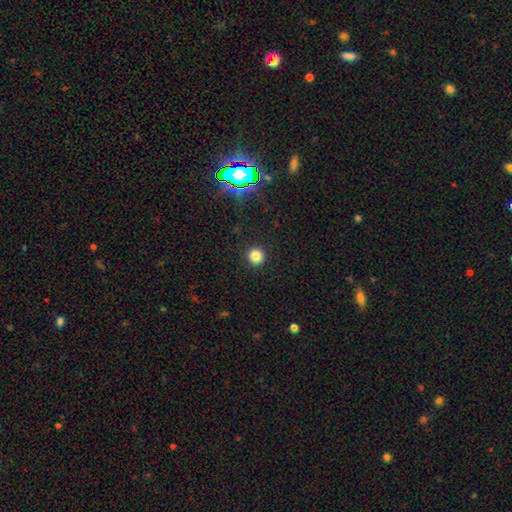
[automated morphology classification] Q: Smooth or featured?
A: smooth (81%); runner-up: star or artifact (15%)
Q: How rounded?
A: round (95%); runner-up: in between (4%)
Q: Merging?
A: none (92%); runner-up: minor disturbance (5%)